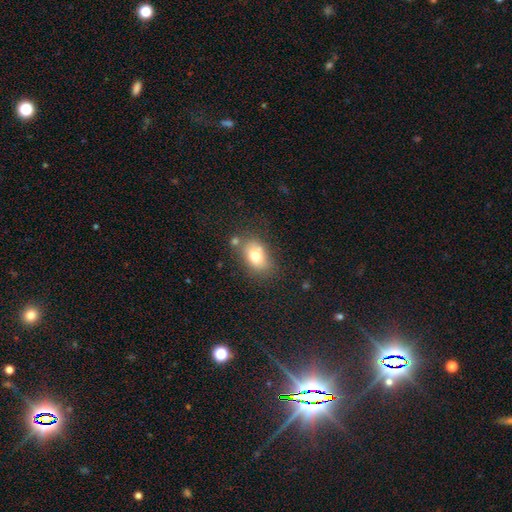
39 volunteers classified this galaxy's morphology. smooth-or-featured: smooth: 79% | featured or disk: 10% | star or artifact: 10%
  how-rounded: in between: 87% | round: 13% | cigar-shaped: 0%
  merging: none: 71% | minor disturbance: 23% | major disturbance: 3% | merger: 3%